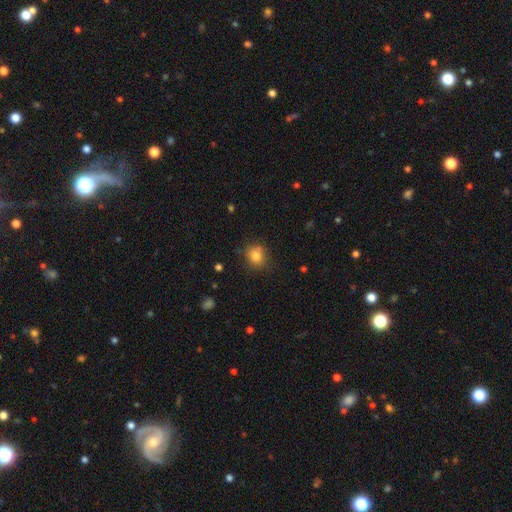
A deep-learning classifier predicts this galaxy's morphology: type=smooth (81%); roundness=round (81%); merging=none (79%).